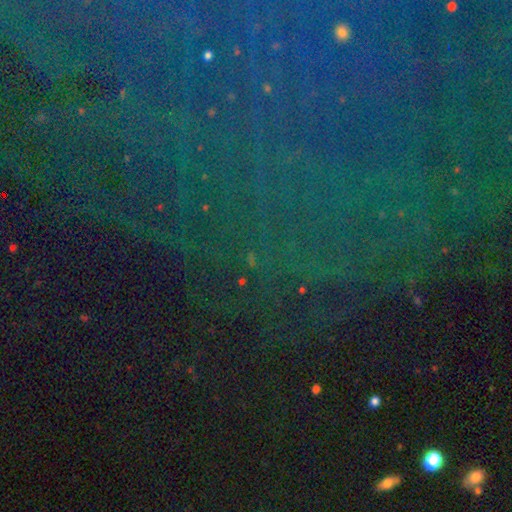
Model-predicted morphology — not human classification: A star or artifact, not a galaxy (85%).

Vote fractions:
- Smooth or featured? star or artifact: 85% / smooth: 8% / featured or disk: 7%